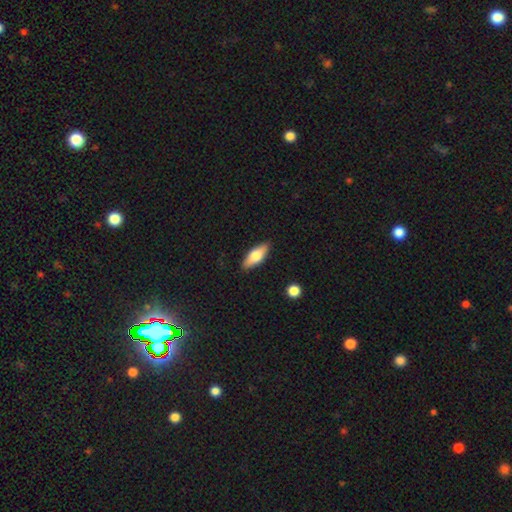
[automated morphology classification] Smooth or featured?
  - smooth: 67% *
  - featured or disk: 27%
  - star or artifact: 6%
How rounded?
  - in between: 73% *
  - cigar-shaped: 25%
  - round: 3%
Merging?
  - none: 88% *
  - minor disturbance: 9%
  - major disturbance: 2%
  - merger: 1%